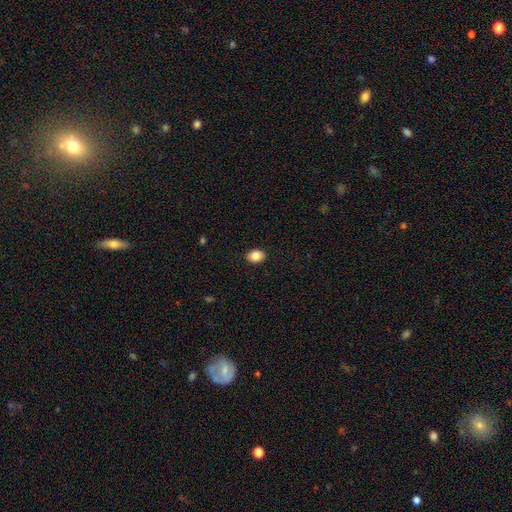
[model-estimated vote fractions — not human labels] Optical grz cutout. It shows a smooth galaxy with no disk features (86%) that is in between round and cigar-shaped (70%). Merging: none (90%).